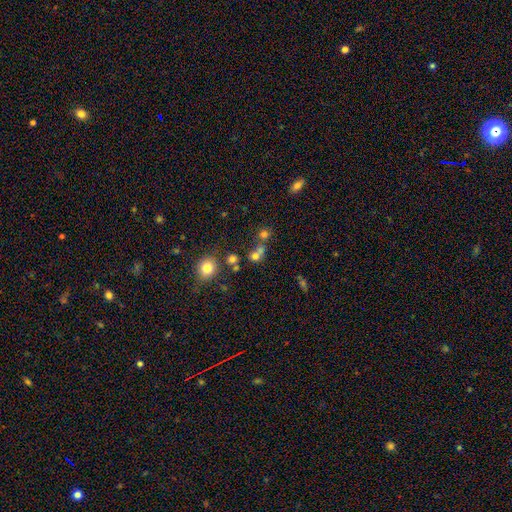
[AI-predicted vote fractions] Morphology: type=smooth (69%); roundness=round (80%); merging=none (48%).